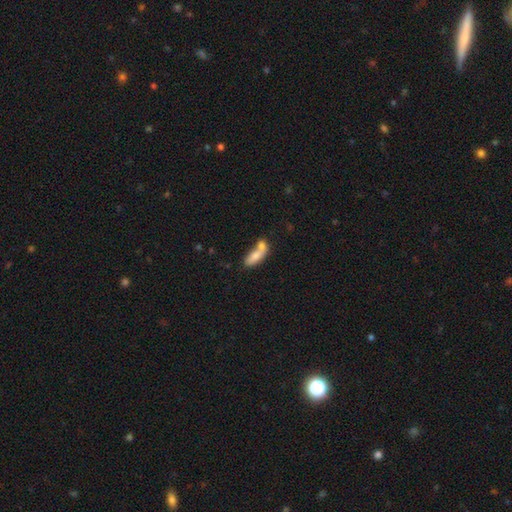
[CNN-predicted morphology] Smooth or featured: smooth — 73% (featured or disk — 19%)
How rounded: in between — 69% (cigar-shaped — 27%)
Merging: merger — 60% (none — 25%)